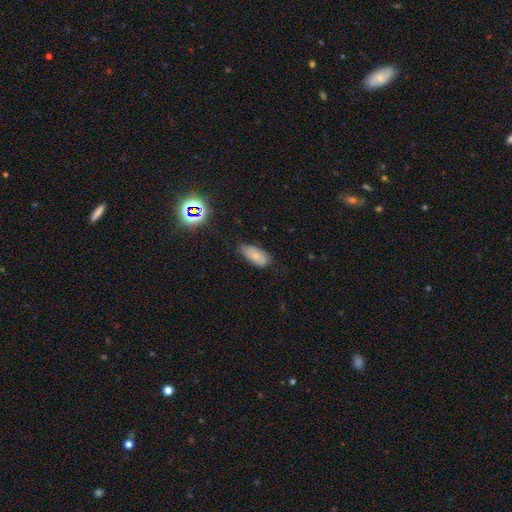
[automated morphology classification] smooth_or_featured: smooth (p=0.69) [alt: featured or disk p=0.21]
how_rounded: in between (p=0.90) [alt: cigar-shaped p=0.07]
merging: none (p=0.61) [alt: minor disturbance p=0.31]